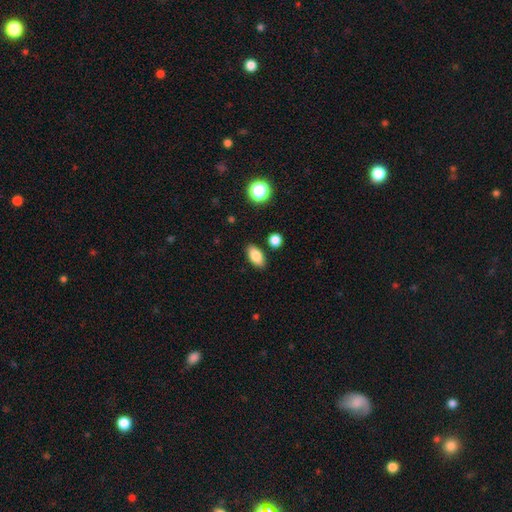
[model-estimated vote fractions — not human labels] A smooth galaxy with no disk features (83%) that is in between round and cigar-shaped (89%). Merging: none (86%).